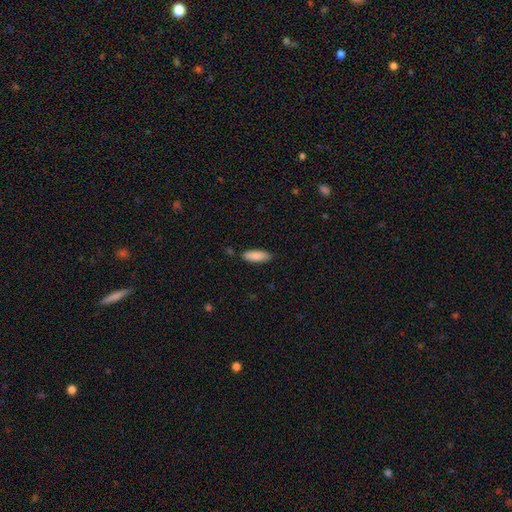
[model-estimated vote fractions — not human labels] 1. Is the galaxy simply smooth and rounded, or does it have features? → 88% smooth, 6% featured or disk, 6% star or artifact.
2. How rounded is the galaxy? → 60% in between, 39% cigar-shaped, 2% round.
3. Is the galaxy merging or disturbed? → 85% none, 11% minor disturbance, 2% major disturbance, 2% merger.